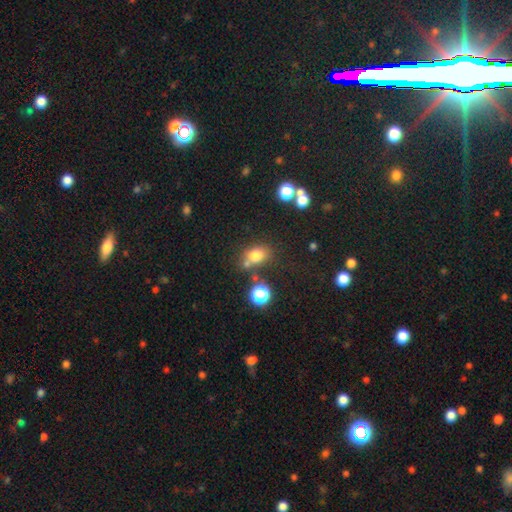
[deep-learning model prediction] Smooth or featured: smooth — 75% (star or artifact — 15%)
How rounded: in between — 55% (round — 43%)
Merging: none — 58% (merger — 19%)